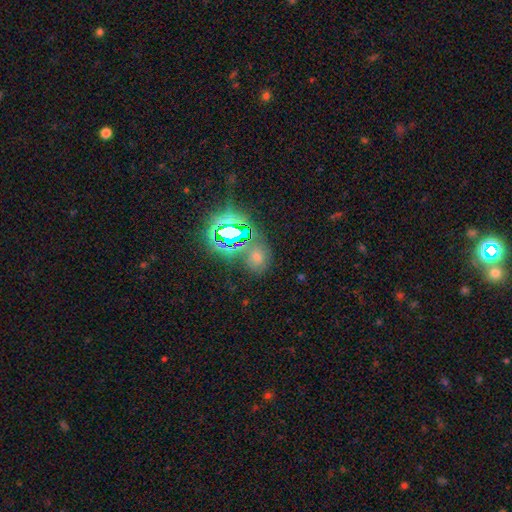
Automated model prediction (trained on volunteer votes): Smooth or featured?
  - smooth: 45% *
  - star or artifact: 44%
  - featured or disk: 11%
Merging?
  - none: 68% *
  - minor disturbance: 15%
  - merger: 10%
  - major disturbance: 7%